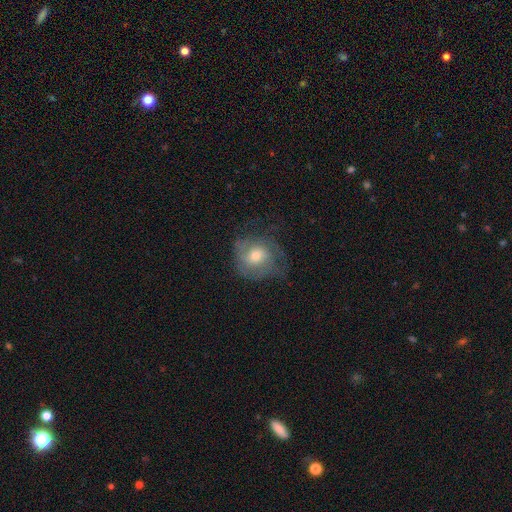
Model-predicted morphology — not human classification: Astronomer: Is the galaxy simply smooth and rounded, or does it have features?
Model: featured or disk — 52% (runner-up: smooth, 39%).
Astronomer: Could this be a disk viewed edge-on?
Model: no — 97%.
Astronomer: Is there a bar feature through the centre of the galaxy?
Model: no — 74%.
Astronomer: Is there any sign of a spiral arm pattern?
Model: yes — 74%.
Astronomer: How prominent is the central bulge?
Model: moderate — 56% (runner-up: small, 37%).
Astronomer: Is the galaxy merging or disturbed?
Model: none — 55%.